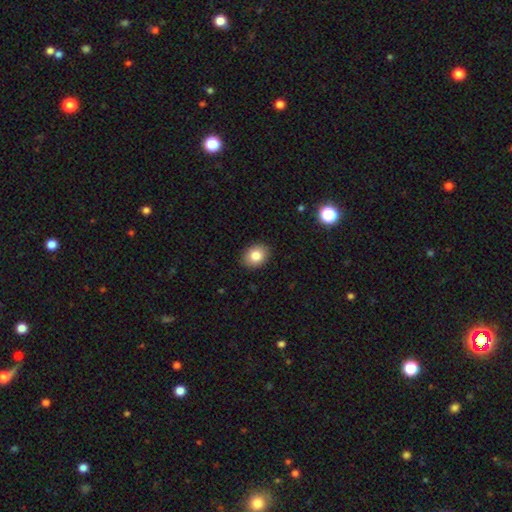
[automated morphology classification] The model was most divided on "how rounded": in between: 57%, round: 42%, cigar-shaped: 1%. More confident: merging — none (89%); smooth or featured — smooth (82%).